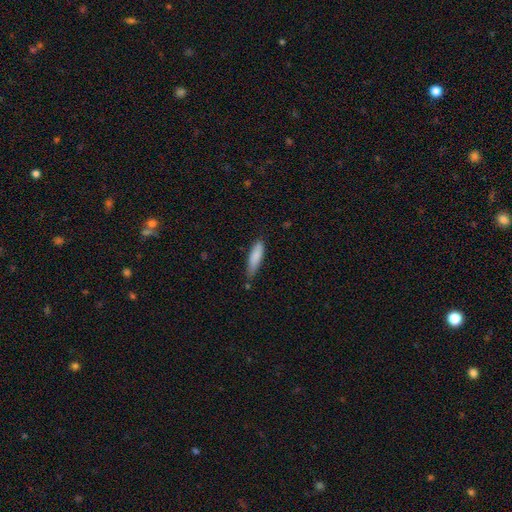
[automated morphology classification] This appears to be a smooth galaxy with no disk features (84%) that is cigar-shaped (67%). Merging: none (64%).